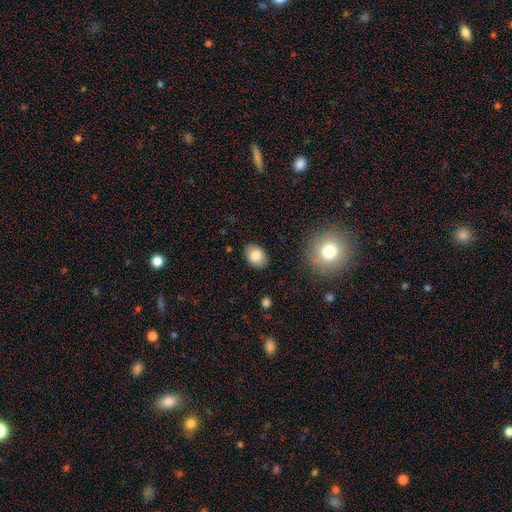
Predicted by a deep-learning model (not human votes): Smooth or featured? Predicted: smooth (p=0.83). How rounded? Predicted: in between (p=0.75). Merging? Predicted: none (p=0.87).